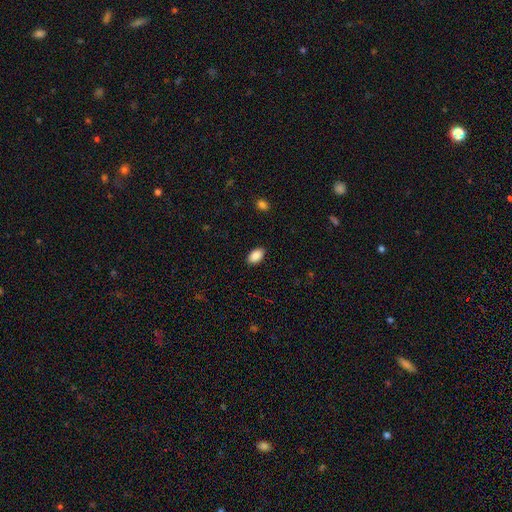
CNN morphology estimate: A smooth galaxy with no disk features (89%) that is in between round and cigar-shaped (93%).

Vote fractions:
- Smooth or featured? smooth: 89% / star or artifact: 7% / featured or disk: 4%
- How rounded? in between: 93% / round: 5% / cigar-shaped: 2%
- Merging? none: 88% / minor disturbance: 9% / major disturbance: 2% / merger: 1%